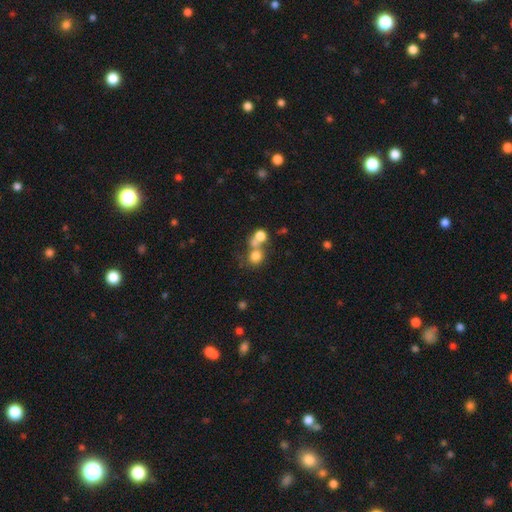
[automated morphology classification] Smooth or featured: smooth — 71% (star or artifact — 15%)
How rounded: round — 82% (in between — 17%)
Merging: merger — 46% (none — 41%)